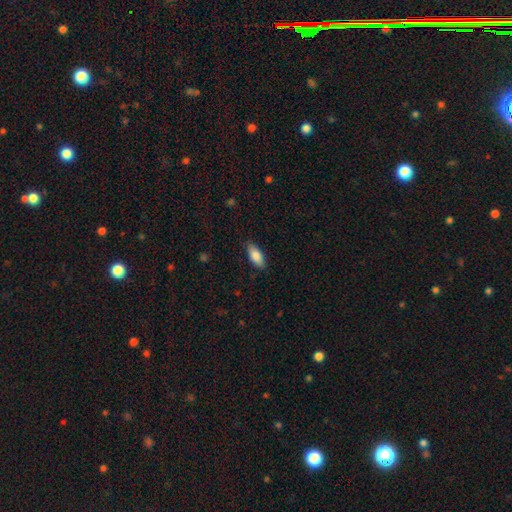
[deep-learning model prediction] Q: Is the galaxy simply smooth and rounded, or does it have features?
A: smooth — 83%.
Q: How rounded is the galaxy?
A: in between — 84%.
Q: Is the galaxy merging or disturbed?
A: none — 84%.